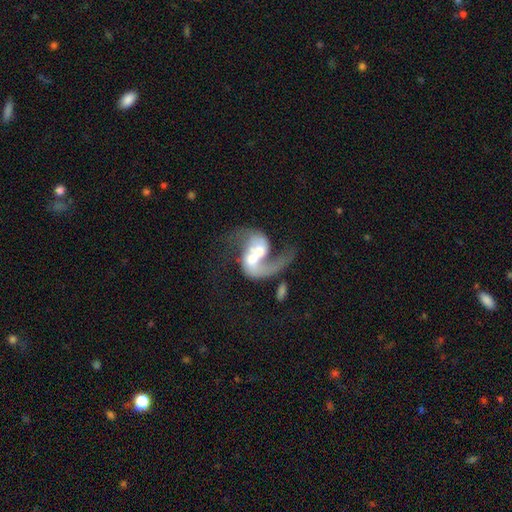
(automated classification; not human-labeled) Smooth or featured? featured or disk (78%)
Edge-on disk? no (97%)
Bar? no (58%)
Spiral arms? yes (88%)
Spiral winding? loose (65%)
Spiral arm count? 2 (59%)
Bulge size? moderate (56%)
Merging? merger (67%)